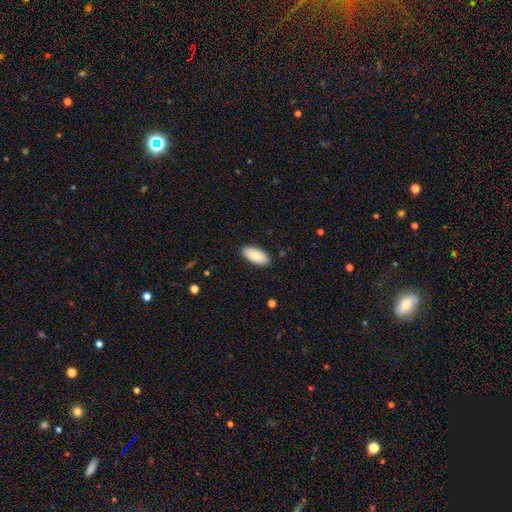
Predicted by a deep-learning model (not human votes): This appears to be a smooth galaxy with no disk features (86%) that is in between round and cigar-shaped (91%). Merging: none (89%).